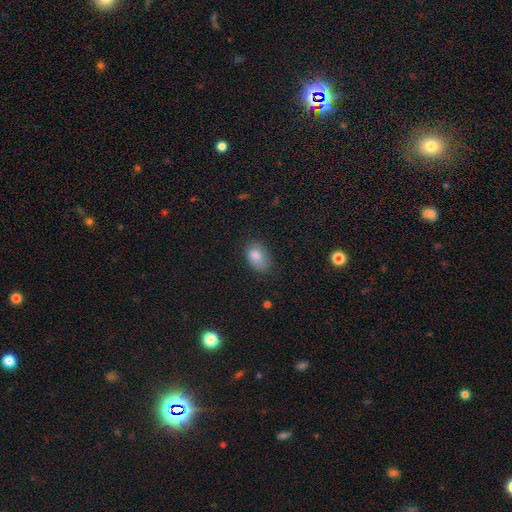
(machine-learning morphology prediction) Smooth or featured? smooth (83%)
How rounded? in between (84%)
Merging? none (59%)